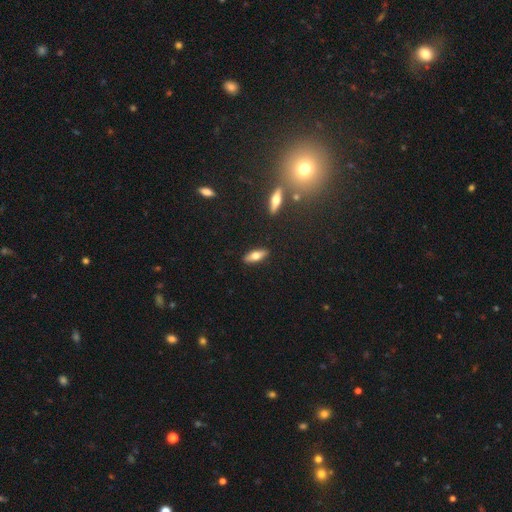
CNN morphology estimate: Overall: smooth (58%; featured or disk 35%). How rounded: in between (60%; cigar-shaped 36%). Merging: none (89%).